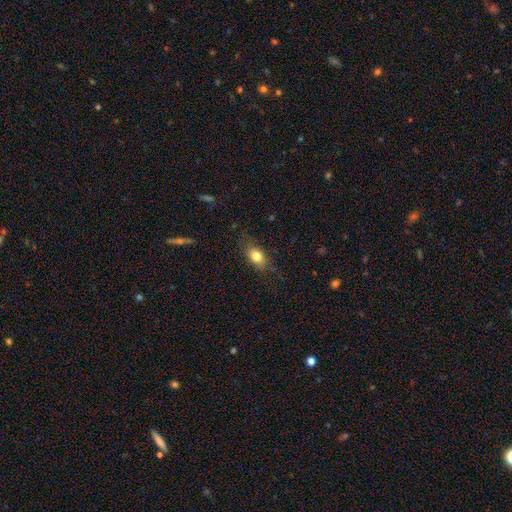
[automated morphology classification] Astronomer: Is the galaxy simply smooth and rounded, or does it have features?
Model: smooth — 78%.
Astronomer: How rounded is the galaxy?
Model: in between — 76%.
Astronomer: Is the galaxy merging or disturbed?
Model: none — 74%.